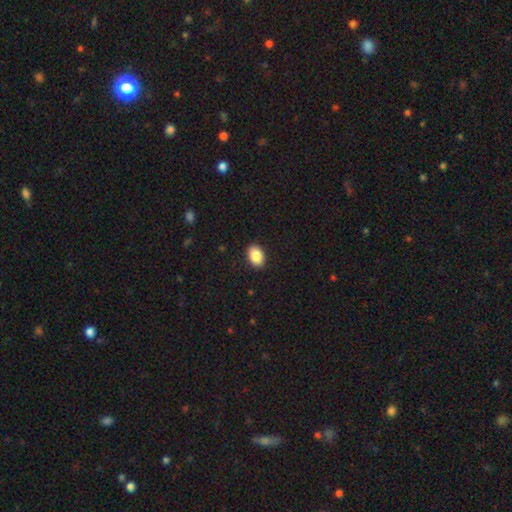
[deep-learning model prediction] Q: Smooth or featured?
A: smooth (88%); runner-up: star or artifact (7%)
Q: How rounded?
A: in between (84%); runner-up: round (15%)
Q: Merging?
A: none (90%); runner-up: minor disturbance (7%)